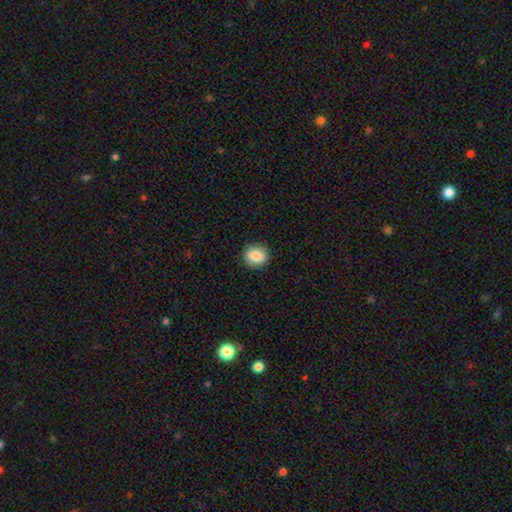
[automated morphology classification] Smooth or featured? smooth (80%)
How rounded? round (77%)
Merging? none (89%)